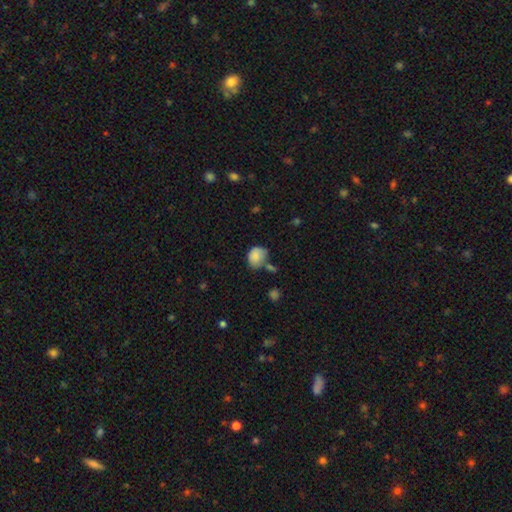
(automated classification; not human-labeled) A smooth galaxy with no disk features (82%) that is in between round and cigar-shaped (52%). Merging: none (48%).